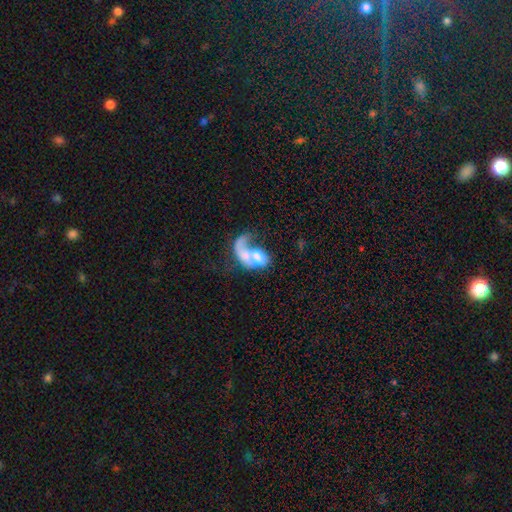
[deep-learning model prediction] featured or disk 50%, smooth 43%, star or artifact 7%. Down the decision tree: merging — major disturbance (45%).